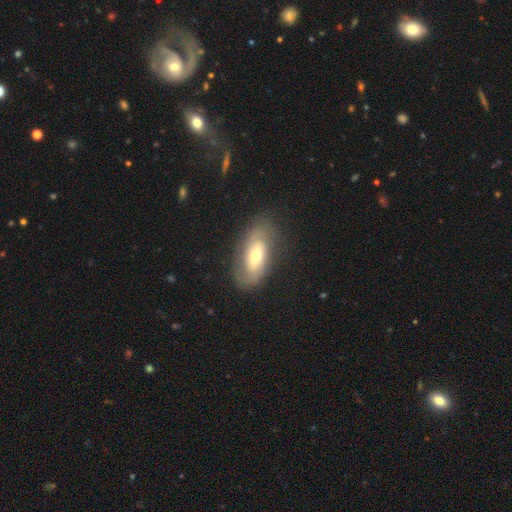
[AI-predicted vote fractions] Overall: featured or disk (56%; smooth 37%). Edge-on disk: no (89%). Bar: no (61%; weak 26%). Spiral arms: yes (64%; no 36%). Bulge size: moderate (58%; small 33%). Merging: none (76%).